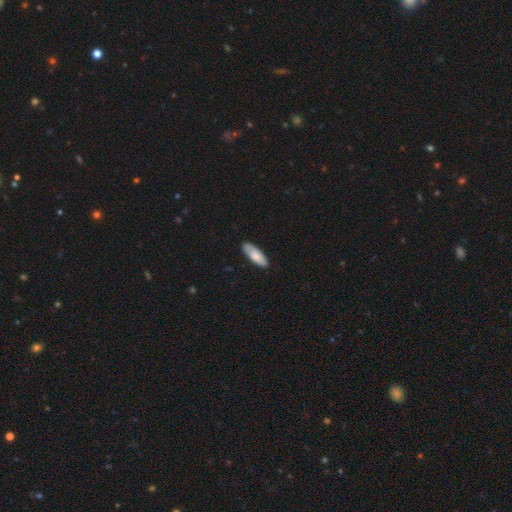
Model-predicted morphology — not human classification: smooth 76%, featured or disk 18%, star or artifact 5%. Down the decision tree: how rounded — in between (68%); merging — none (84%).